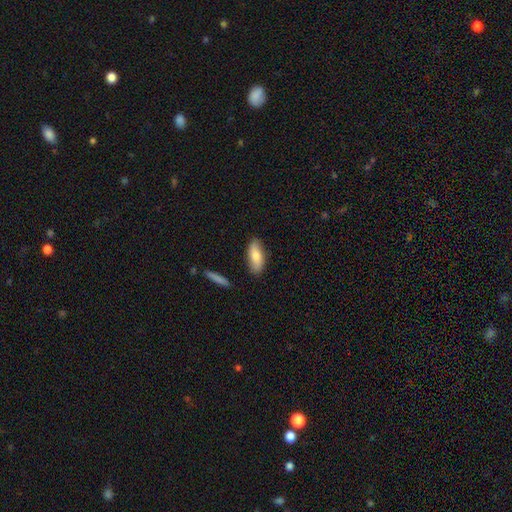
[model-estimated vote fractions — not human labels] Smooth or featured? smooth (77%)
How rounded? in between (79%)
Merging? none (83%)